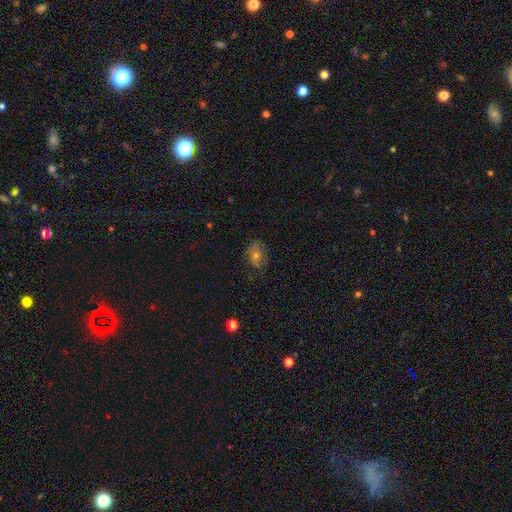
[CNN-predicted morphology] type=featured or disk (42%); merging=none (73%).